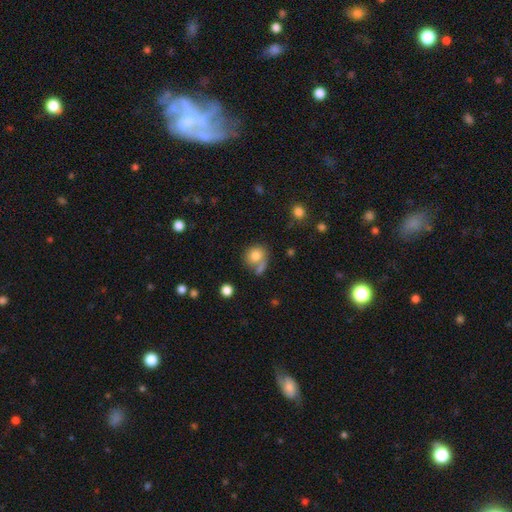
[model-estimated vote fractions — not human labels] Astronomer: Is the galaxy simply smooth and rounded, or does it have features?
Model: smooth — 79%.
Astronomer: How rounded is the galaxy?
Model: round — 77%.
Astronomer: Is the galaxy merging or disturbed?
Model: none — 50% (runner-up: merger, 28%).